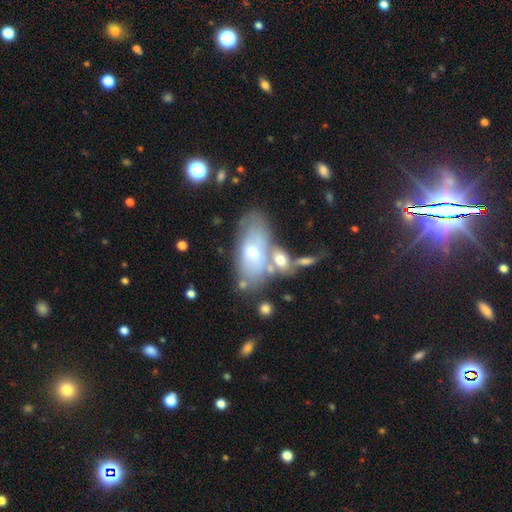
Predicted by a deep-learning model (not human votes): Q: Smooth or featured?
A: featured or disk (45%); runner-up: smooth (44%)
Q: Merging?
A: none (47%); runner-up: merger (26%)